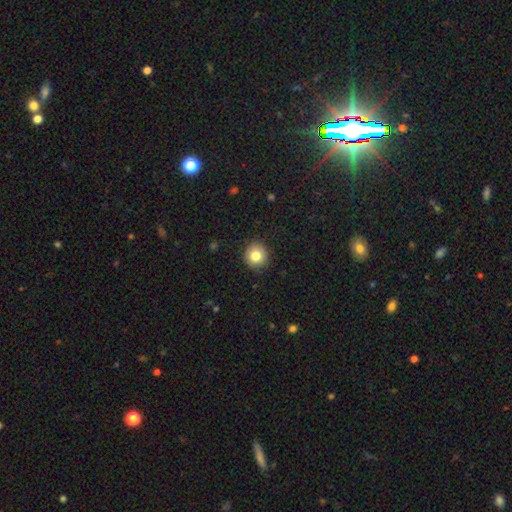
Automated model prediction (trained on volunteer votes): The model was most divided on "smooth or featured": smooth: 82%, star or artifact: 10%, featured or disk: 8%. More confident: how rounded — round (92%); merging — none (90%).